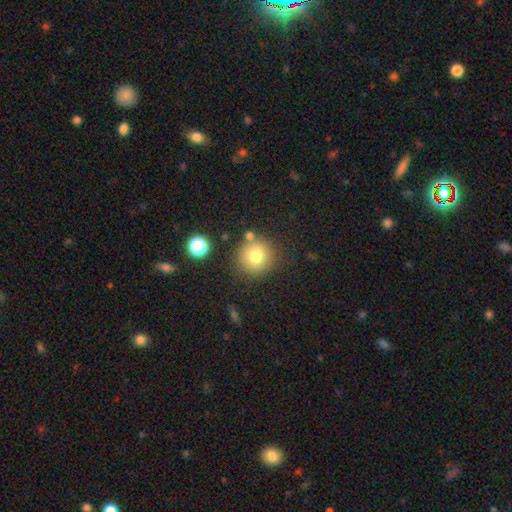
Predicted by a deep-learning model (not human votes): smooth_or_featured: smooth (p=0.76) [alt: star or artifact p=0.13]
how_rounded: round (p=0.93) [alt: in between p=0.06]
merging: none (p=0.78) [alt: minor disturbance p=0.10]